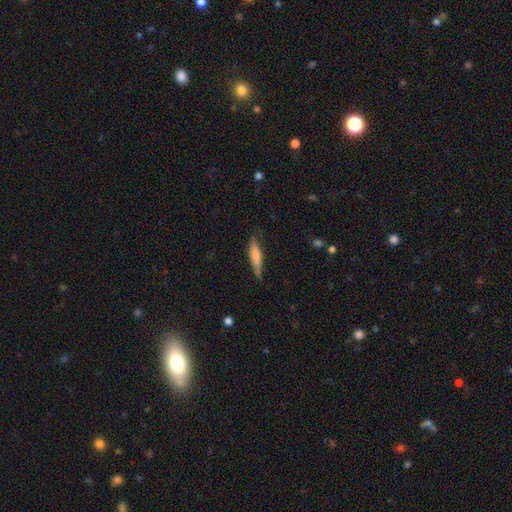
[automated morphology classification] type=smooth (69%); roundness=cigar-shaped (77%); merging=none (70%).